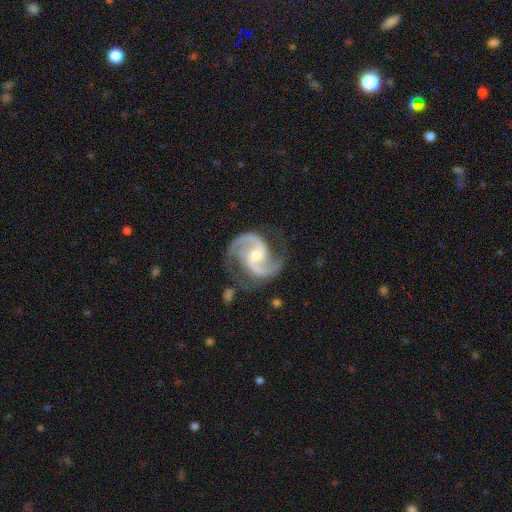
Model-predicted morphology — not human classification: A featured or disk galaxy (94%) with no bar (43%, tied with weak), 2 (88%) medium (66%) spiral arms (99%) and a moderate central bulge (49%).

Vote fractions:
- Smooth or featured? featured or disk: 94% / star or artifact: 4% / smooth: 2%
- Edge-on disk? no: 98% / yes: 2%
- Bar? no: 43% (tied) / weak: 43% (tied) / strong: 13%
- Spiral arms? yes: 99% / no: 1%
- Spiral winding? medium: 66% / tight: 18% / loose: 16%
- Spiral arm count? 2: 88% / 3: 6% / can't tell: 2% / 1: 1% / 4: 1% / more than 4: 1%
- Bulge size? moderate: 49% / small: 43% / none: 4% / large: 3% / dominant: 1%
- Merging? none: 73% / minor disturbance: 17% / major disturbance: 7% / merger: 2%